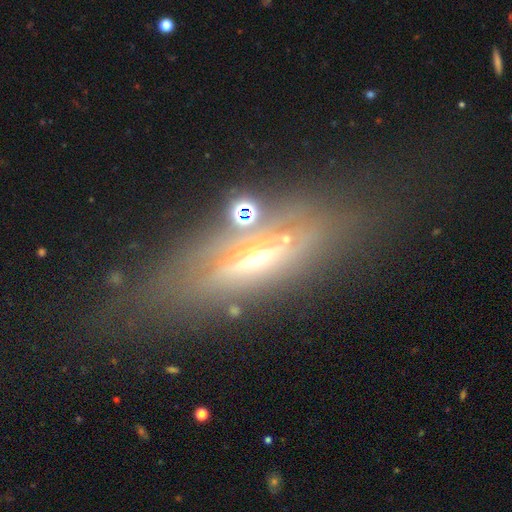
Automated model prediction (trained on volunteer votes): Overall: featured or disk (64%). Edge-on disk: yes (71%). Merging: none (60%).